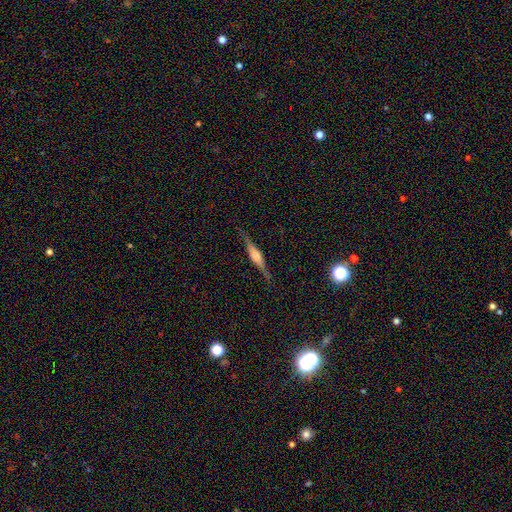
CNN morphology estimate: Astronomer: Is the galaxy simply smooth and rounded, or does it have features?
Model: featured or disk — 76%.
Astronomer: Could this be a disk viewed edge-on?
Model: yes — 98%.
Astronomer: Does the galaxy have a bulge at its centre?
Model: rounded — 62%.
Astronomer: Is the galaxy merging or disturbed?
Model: none — 87%.